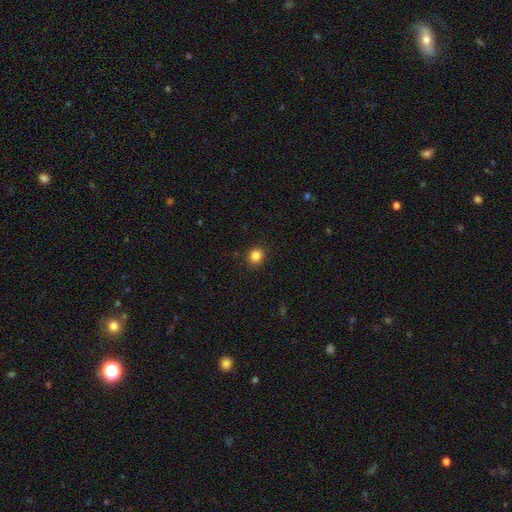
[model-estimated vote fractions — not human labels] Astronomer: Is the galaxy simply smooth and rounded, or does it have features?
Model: smooth — 85%.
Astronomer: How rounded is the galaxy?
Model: round — 85%.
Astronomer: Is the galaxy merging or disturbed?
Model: none — 90%.